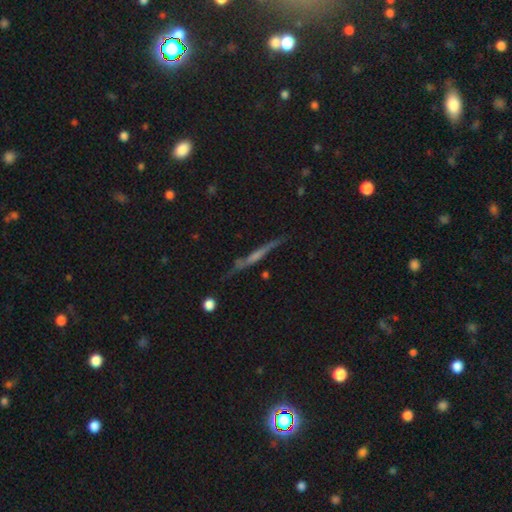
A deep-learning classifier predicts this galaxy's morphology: This is likely a featured or disk galaxy (62%). It is clearly viewed edge-on (91%). Edge-on bulge: likely none (62%). Merging: likely none (73%).